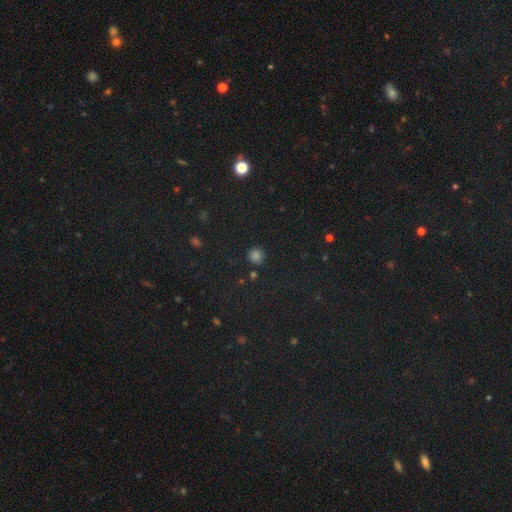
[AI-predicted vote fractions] A smooth galaxy with no disk features (74%) that is round (91%).

Vote fractions:
- Smooth or featured? smooth: 74% / star or artifact: 21% / featured or disk: 5%
- How rounded? round: 91% / in between: 8% / cigar-shaped: 1%
- Merging? none: 87% / minor disturbance: 8% / major disturbance: 3% / merger: 2%